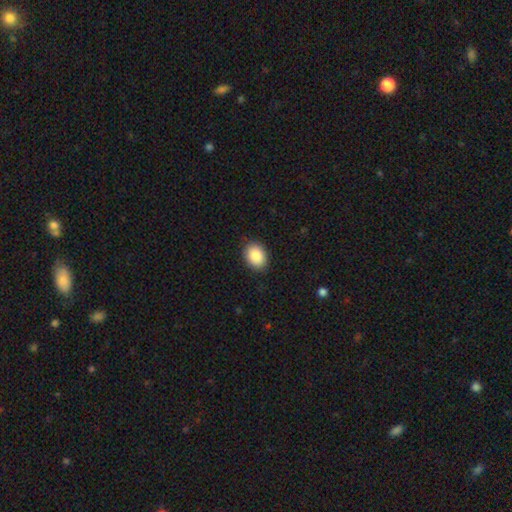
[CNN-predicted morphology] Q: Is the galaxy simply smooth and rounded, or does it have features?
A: smooth — 88%.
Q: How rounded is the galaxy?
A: in between — 66%.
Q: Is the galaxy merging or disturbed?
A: none — 89%.